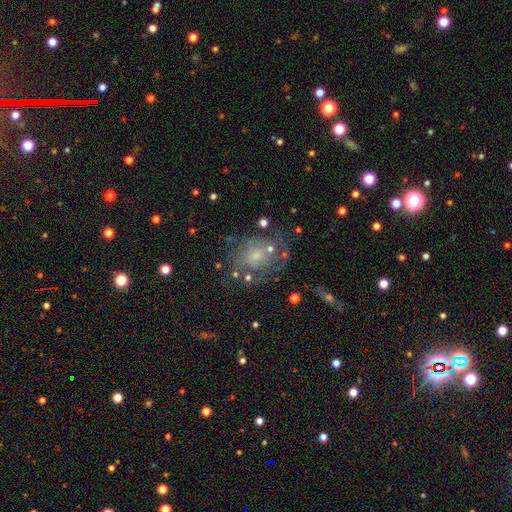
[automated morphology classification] type=featured or disk (45%); merging=none (55%).